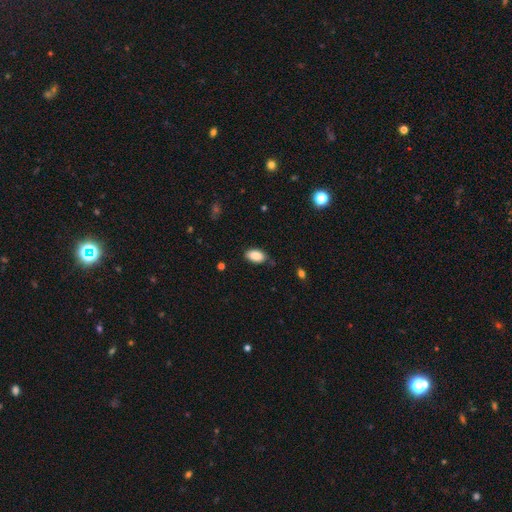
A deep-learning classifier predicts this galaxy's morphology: Smooth or featured?
  - smooth: 88% *
  - star or artifact: 7%
  - featured or disk: 5%
How rounded?
  - in between: 94% *
  - round: 4%
  - cigar-shaped: 2%
Merging?
  - none: 82% *
  - minor disturbance: 14%
  - major disturbance: 3%
  - merger: 1%